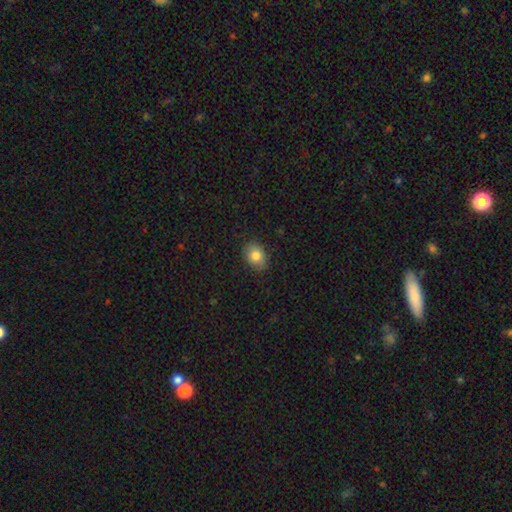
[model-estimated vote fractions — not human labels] A smooth galaxy with no disk features (82%) that is in between round and cigar-shaped (59%).

Vote fractions:
- Smooth or featured? smooth: 82% / star or artifact: 9% / featured or disk: 9%
- How rounded? in between: 59% / round: 40% / cigar-shaped: 1%
- Merging? none: 85% / minor disturbance: 11% / major disturbance: 2% / merger: 1%